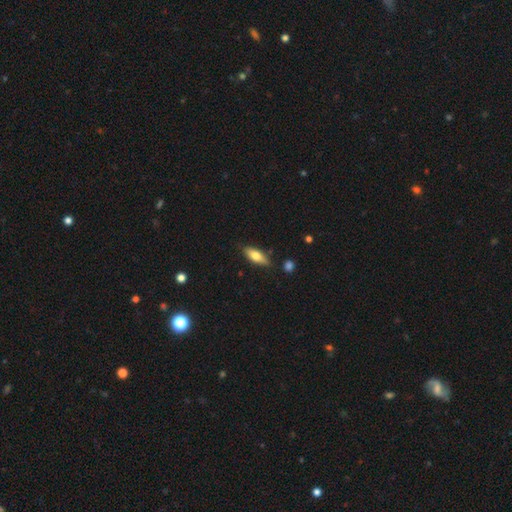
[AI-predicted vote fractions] smooth-or-featured: smooth: 67% | featured or disk: 27% | star or artifact: 6%
  how-rounded: in between: 64% | cigar-shaped: 34% | round: 3%
  merging: none: 80% | minor disturbance: 14% | merger: 3% | major disturbance: 3%